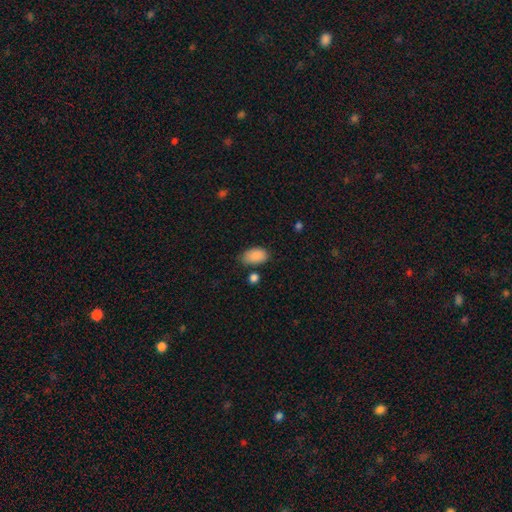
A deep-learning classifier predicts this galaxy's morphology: Overall: smooth (88%). How rounded: in between (92%). Merging: none (66%).